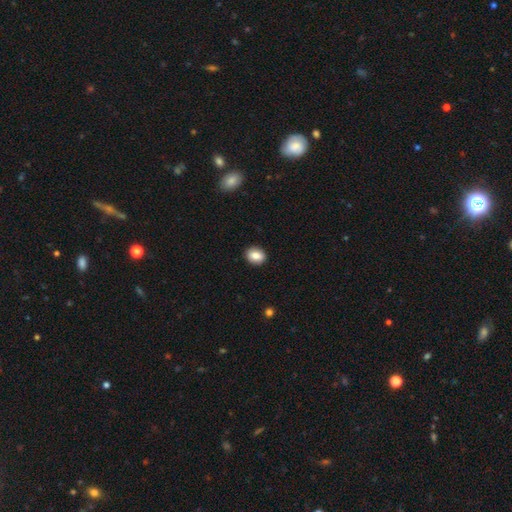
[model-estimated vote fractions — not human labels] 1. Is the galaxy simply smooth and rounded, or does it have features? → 84% smooth, 8% star or artifact, 7% featured or disk.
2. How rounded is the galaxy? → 51% in between, 48% round, 1% cigar-shaped.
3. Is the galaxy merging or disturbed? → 91% none, 7% minor disturbance, 2% major disturbance, 1% merger.